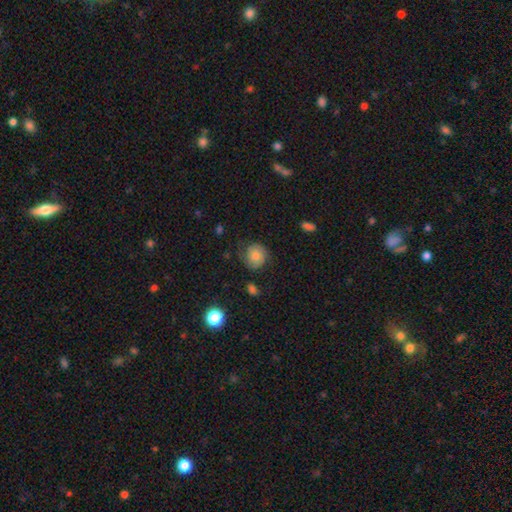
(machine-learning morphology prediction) Smooth or featured? Predicted: smooth (p=0.57). How rounded? Predicted: round (p=0.84). Merging? Predicted: none (p=0.63).